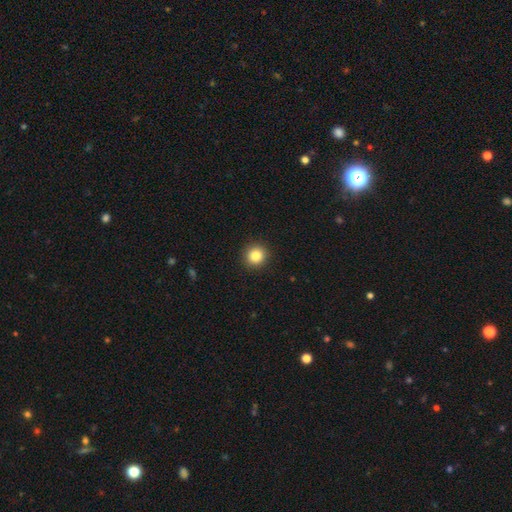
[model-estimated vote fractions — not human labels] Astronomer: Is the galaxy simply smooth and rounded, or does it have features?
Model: smooth — 85%.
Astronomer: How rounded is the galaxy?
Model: round — 92%.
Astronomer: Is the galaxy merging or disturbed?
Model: none — 92%.